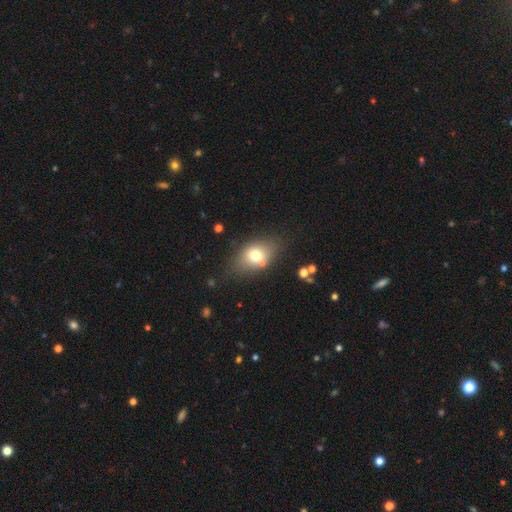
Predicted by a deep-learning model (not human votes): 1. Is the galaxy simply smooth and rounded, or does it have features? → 71% smooth, 18% featured or disk, 11% star or artifact.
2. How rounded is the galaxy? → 77% in between, 22% round, 2% cigar-shaped.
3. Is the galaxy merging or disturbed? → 73% none, 15% minor disturbance, 6% merger, 5% major disturbance.